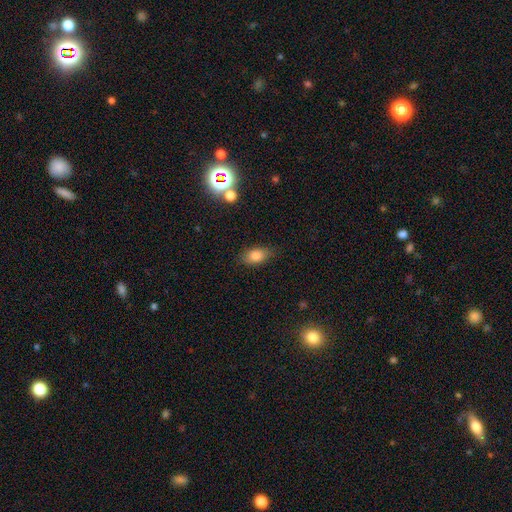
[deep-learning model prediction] Smooth or featured: smooth — 82% (star or artifact — 10%)
How rounded: in between — 86% (round — 10%)
Merging: none — 79% (minor disturbance — 16%)